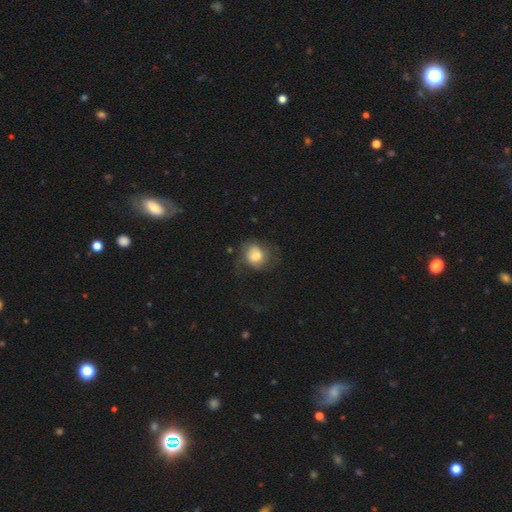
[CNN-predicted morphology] Smooth or featured? smooth (56%)
How rounded? round (67%)
Merging? none (44%)